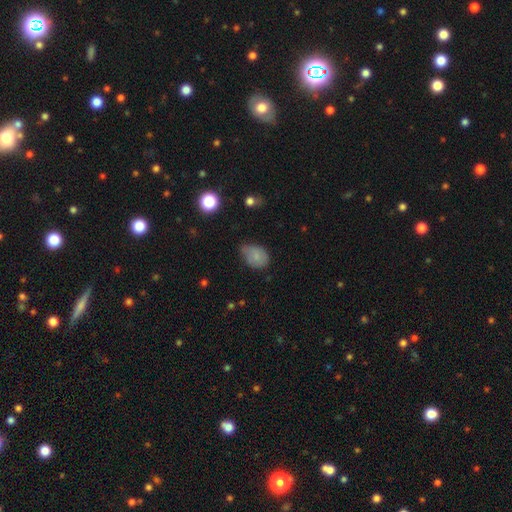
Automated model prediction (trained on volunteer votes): Smooth or featured?
  - smooth: 79% *
  - featured or disk: 12%
  - star or artifact: 9%
How rounded?
  - in between: 78% *
  - round: 21%
  - cigar-shaped: 1%
Merging?
  - none: 45% *
  - minor disturbance: 42%
  - major disturbance: 11%
  - merger: 2%